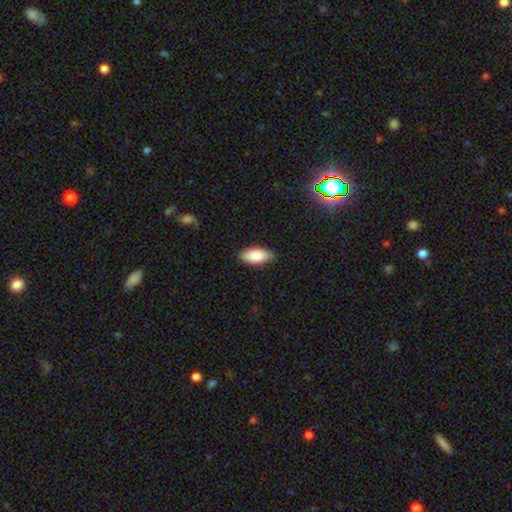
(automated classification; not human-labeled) smooth-or-featured: smooth: 88% | featured or disk: 6% | star or artifact: 6%
  how-rounded: in between: 90% | cigar-shaped: 8% | round: 2%
  merging: none: 84% | minor disturbance: 13% | major disturbance: 2% | merger: 1%